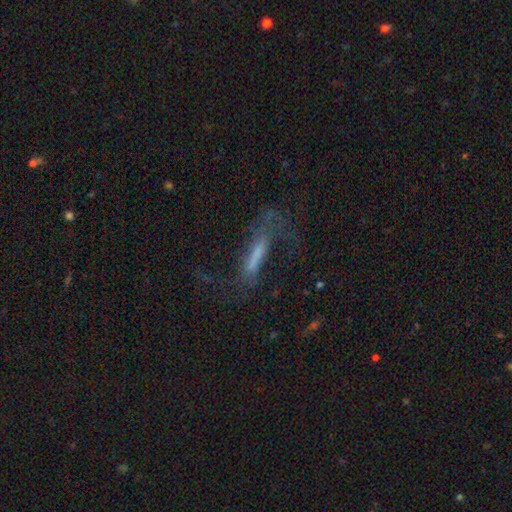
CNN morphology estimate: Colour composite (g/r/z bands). It shows a featured or disk galaxy (47%). Merging: none (42%).